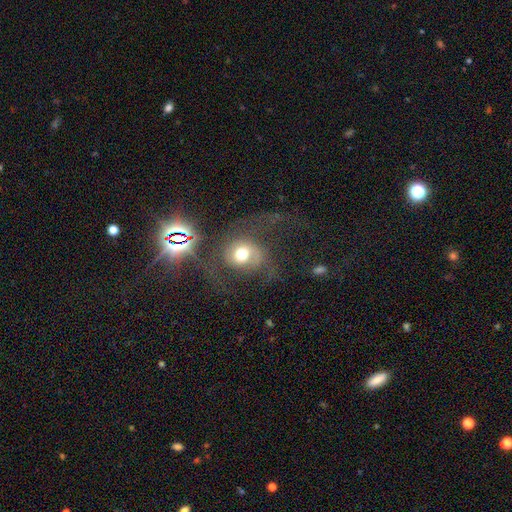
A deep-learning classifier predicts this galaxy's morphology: smooth_or_featured: featured or disk (p=0.46) [alt: smooth p=0.31]
merging: major disturbance (p=0.44) [alt: none p=0.35]